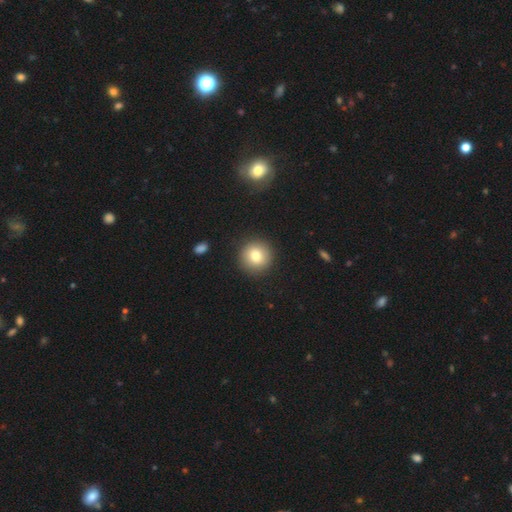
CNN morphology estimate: Smooth or featured: smooth — 80% (featured or disk — 10%)
How rounded: round — 93% (in between — 6%)
Merging: none — 90% (minor disturbance — 7%)